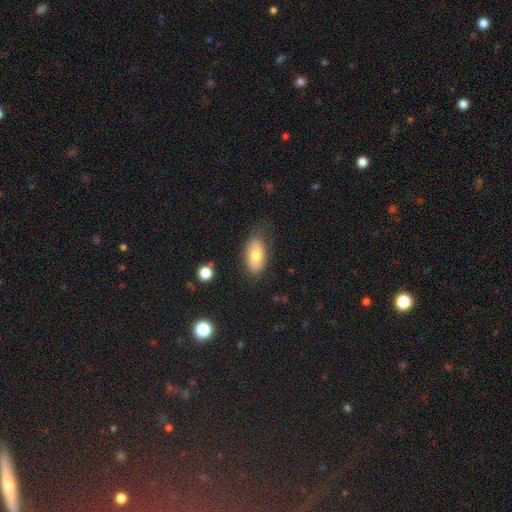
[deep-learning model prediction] smooth-or-featured: smooth: 70% | featured or disk: 22% | star or artifact: 8%
  how-rounded: in between: 92% | round: 5% | cigar-shaped: 3%
  merging: none: 69% | minor disturbance: 23% | major disturbance: 7% | merger: 2%